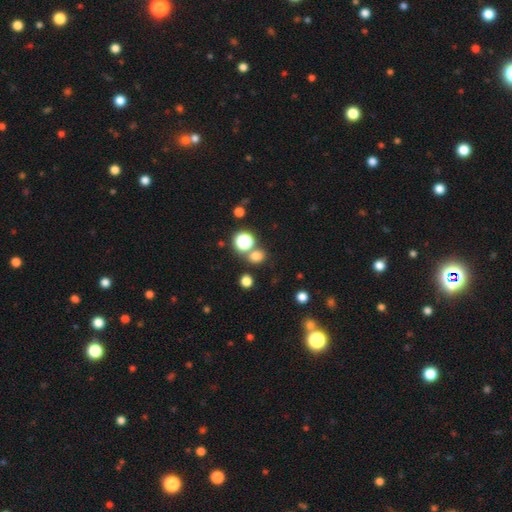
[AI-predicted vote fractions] Overall: smooth (71%). How rounded: round (67%; in between 32%). Merging: none (71%).